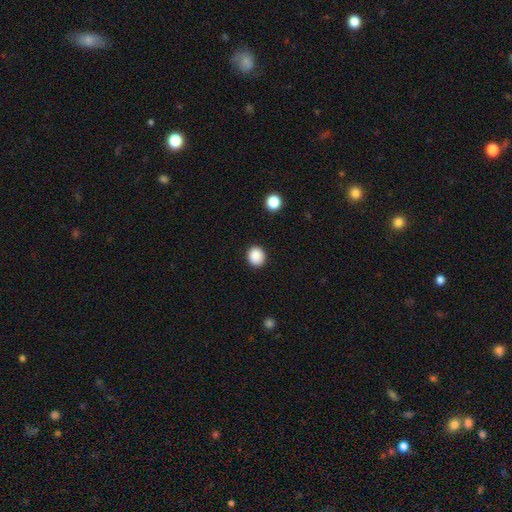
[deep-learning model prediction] Morphology: type=smooth (88%); roundness=round (78%); merging=none (91%).